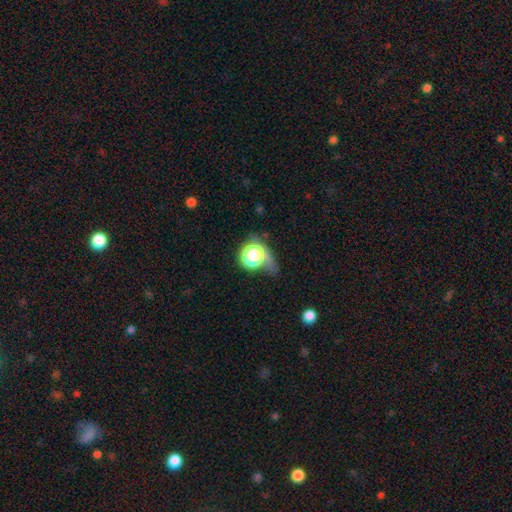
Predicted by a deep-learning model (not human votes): Smooth or featured? Predicted: smooth (p=0.60). How rounded? Predicted: round (p=0.71). Merging? Predicted: none (p=0.39).